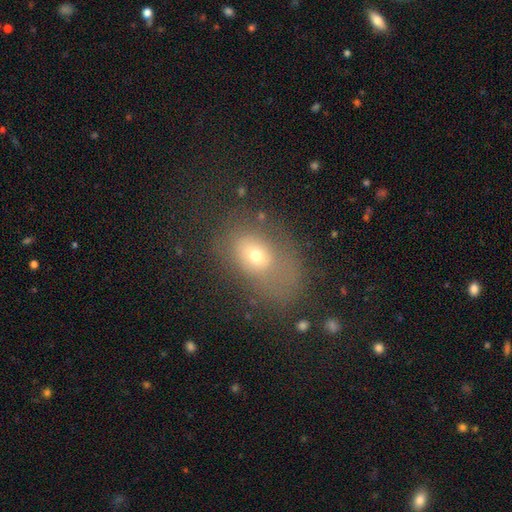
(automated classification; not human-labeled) Smooth or featured: smooth — 58% (featured or disk — 26%)
How rounded: in between — 73% (round — 25%)
Merging: none — 50% (major disturbance — 25%)